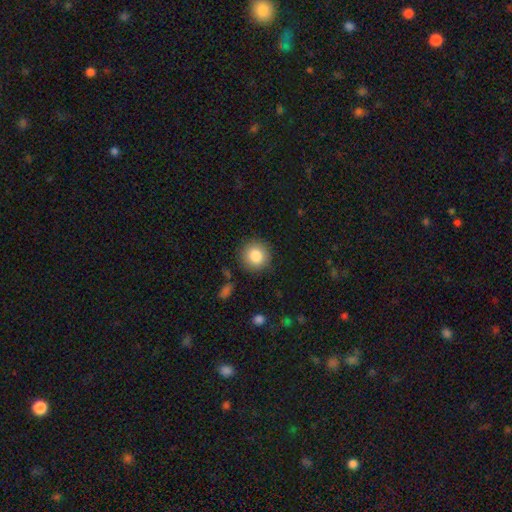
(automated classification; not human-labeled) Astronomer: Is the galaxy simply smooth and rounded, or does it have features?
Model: smooth — 84%.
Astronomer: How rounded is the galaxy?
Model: round — 93%.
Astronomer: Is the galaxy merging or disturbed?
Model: none — 88%.